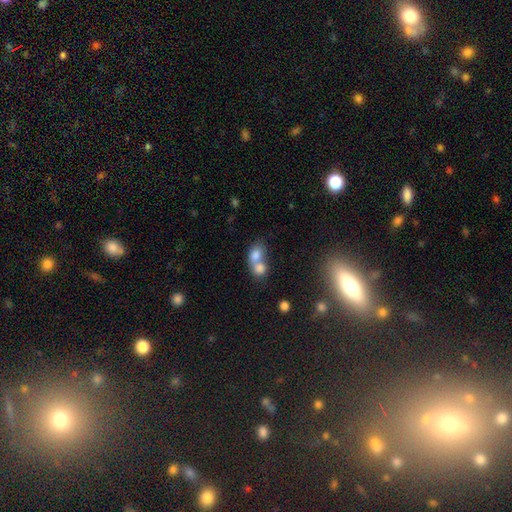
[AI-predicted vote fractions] Smooth or featured? Predicted: smooth (p=0.76). How rounded? Predicted: in between (p=0.57). Merging? Predicted: merger (p=0.71).